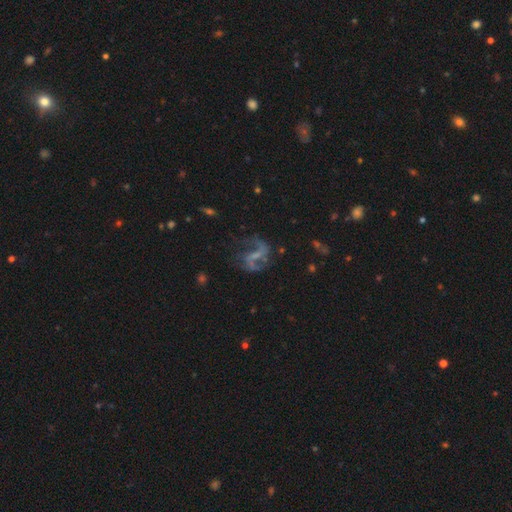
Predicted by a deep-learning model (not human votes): This appears to be a featured or disk galaxy (79%) with a weak bar (44%), 2 (84%) loose (63%) spiral arms (88%) and no central bulge (45%). Merging: none (56%).